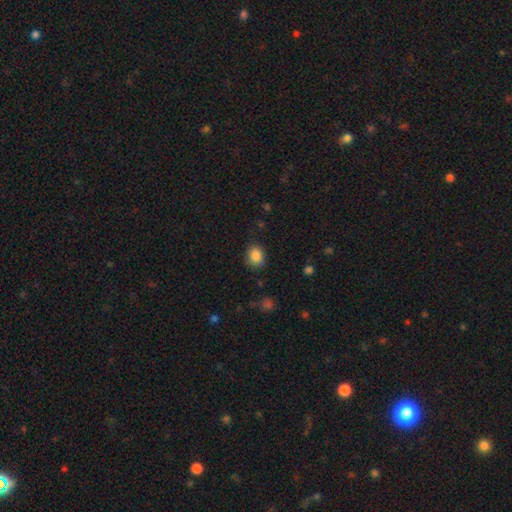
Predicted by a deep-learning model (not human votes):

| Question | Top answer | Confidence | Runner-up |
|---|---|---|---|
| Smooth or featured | smooth | 87% | star or artifact (10%) |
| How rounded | round | 62% | in between (37%) |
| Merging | none | 79% | minor disturbance (15%) |